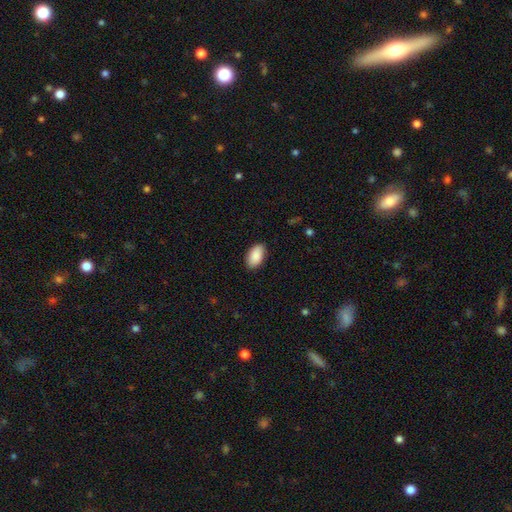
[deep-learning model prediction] The model was most divided on "merging": none: 88%, minor disturbance: 9%, major disturbance: 2%, merger: 1%. More confident: how rounded — in between (95%); smooth or featured — smooth (90%).